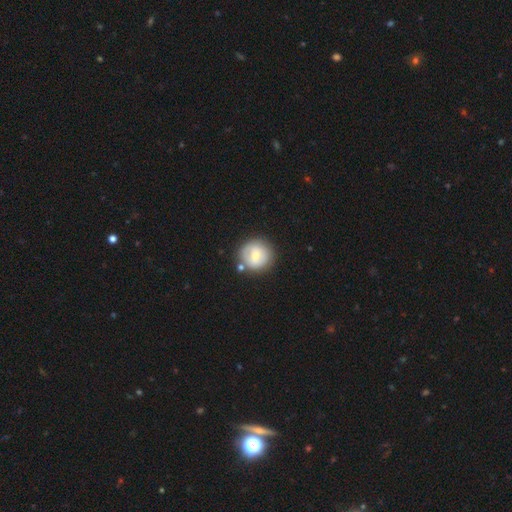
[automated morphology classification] This appears to be a smooth galaxy with no disk features (62%) that is round (93%). Merging: none (76%).